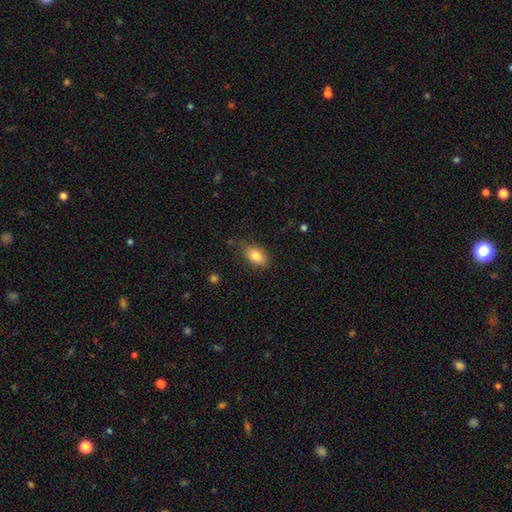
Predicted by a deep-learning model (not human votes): Smooth or featured?
  - smooth: 82% *
  - featured or disk: 10%
  - star or artifact: 8%
How rounded?
  - in between: 90% *
  - round: 6%
  - cigar-shaped: 3%
Merging?
  - none: 80% *
  - minor disturbance: 15%
  - major disturbance: 3%
  - merger: 2%